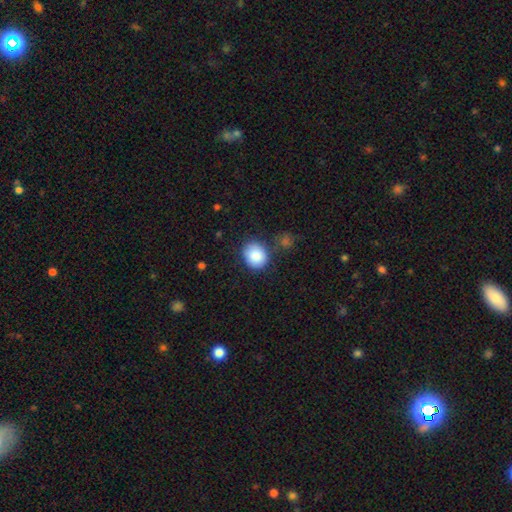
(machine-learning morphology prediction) smooth-or-featured: smooth: 87% | star or artifact: 8% | featured or disk: 6%
  how-rounded: round: 69% | in between: 31% | cigar-shaped: 1%
  merging: none: 74% | minor disturbance: 15% | merger: 6% | major disturbance: 5%